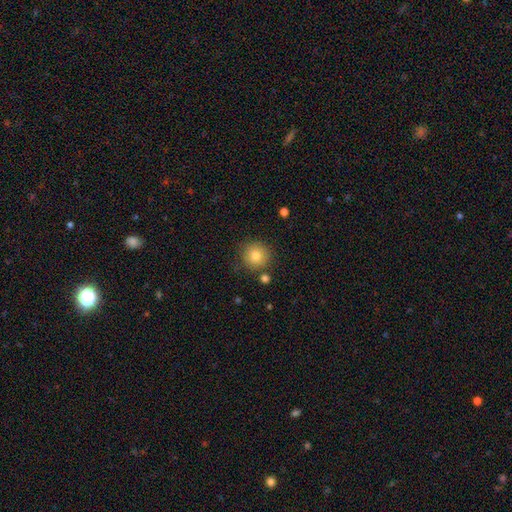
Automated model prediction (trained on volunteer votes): This appears to be a smooth galaxy with no disk features (81%) that is round (93%). Merging: none (83%).